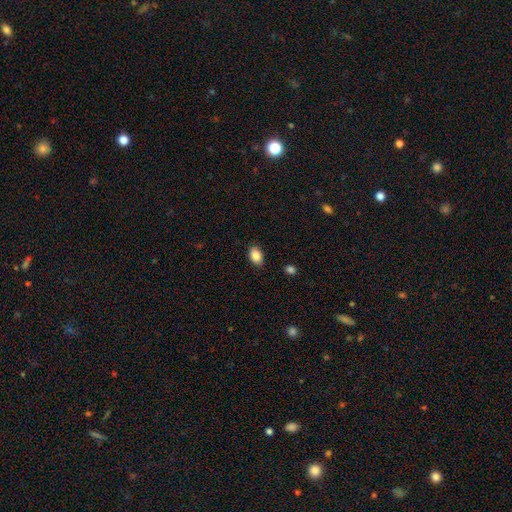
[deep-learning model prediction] A smooth galaxy with no disk features (88%) that is in between round and cigar-shaped (85%).

Vote fractions:
- Smooth or featured? smooth: 88% / star or artifact: 8% / featured or disk: 5%
- How rounded? in between: 85% / round: 13% / cigar-shaped: 1%
- Merging? none: 86% / minor disturbance: 10% / major disturbance: 2% / merger: 1%